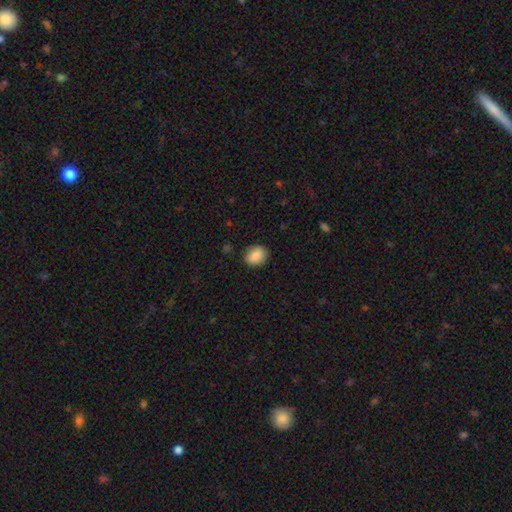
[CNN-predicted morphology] Smooth or featured? smooth (87%)
How rounded? round (60%)
Merging? none (89%)